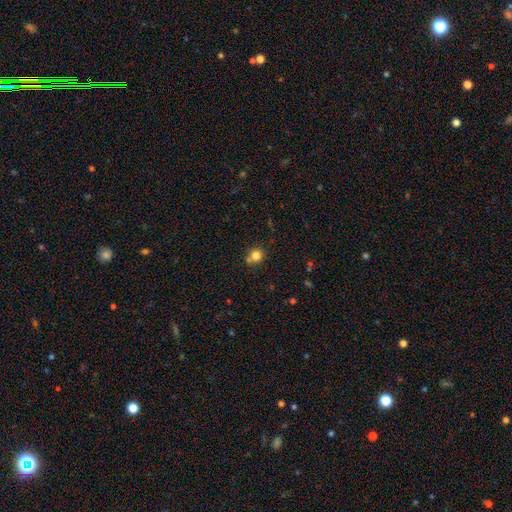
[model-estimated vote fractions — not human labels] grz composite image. It shows a smooth galaxy with no disk features (80%) that is round (86%). Merging: none (66%).